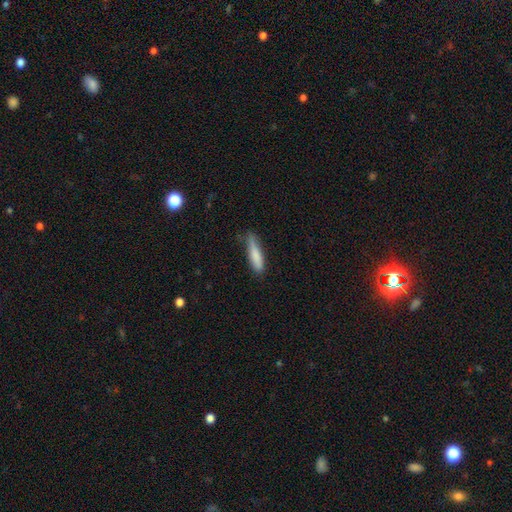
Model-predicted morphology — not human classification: Smooth or featured? smooth (82%)
How rounded? cigar-shaped (81%)
Merging? none (64%)